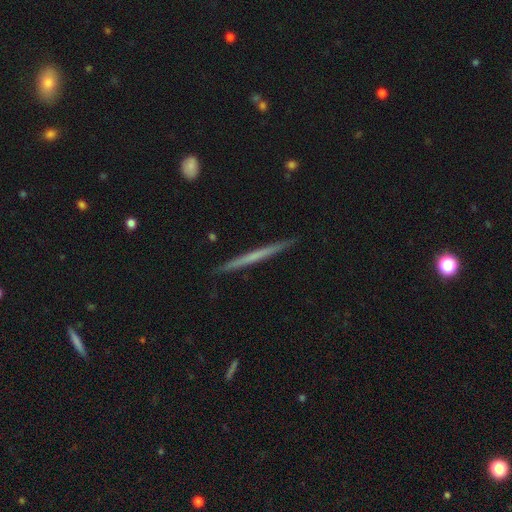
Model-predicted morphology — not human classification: Q: Smooth or featured?
A: featured or disk (51%); runner-up: smooth (44%)
Q: Edge-on disk?
A: yes (97%); runner-up: no (3%)
Q: Merging?
A: none (91%); runner-up: minor disturbance (6%)